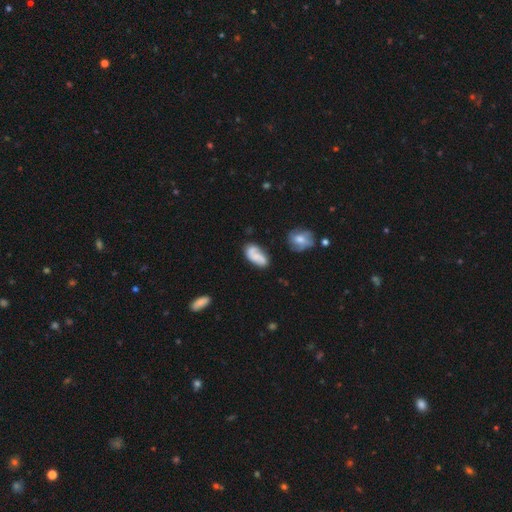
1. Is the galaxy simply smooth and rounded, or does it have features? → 49% smooth, 46% featured or disk, 5% star or artifact.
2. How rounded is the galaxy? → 100% in between, 0% round, 0% cigar-shaped.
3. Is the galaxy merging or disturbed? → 46% minor disturbance, 43% none, 11% major disturbance, 0% merger.